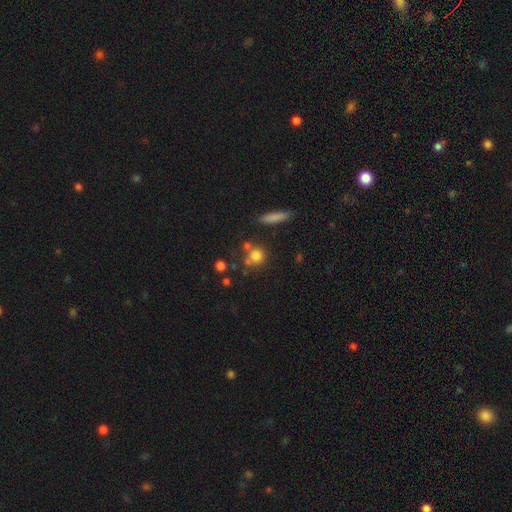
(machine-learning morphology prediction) smooth-or-featured: smooth: 75% | star or artifact: 13% | featured or disk: 11%
  how-rounded: round: 83% | in between: 13% | cigar-shaped: 4%
  merging: none: 59% | merger: 24% | minor disturbance: 11% | major disturbance: 5%